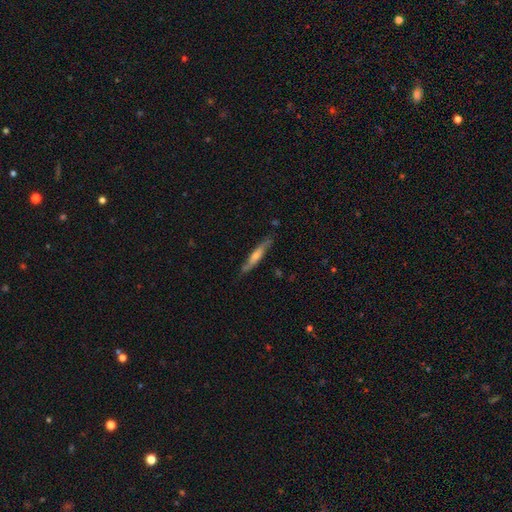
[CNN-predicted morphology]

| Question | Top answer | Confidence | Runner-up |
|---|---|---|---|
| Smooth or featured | featured or disk | 59% | smooth (35%) |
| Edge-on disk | yes | 81% | no (19%) |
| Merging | none | 78% | minor disturbance (17%) |